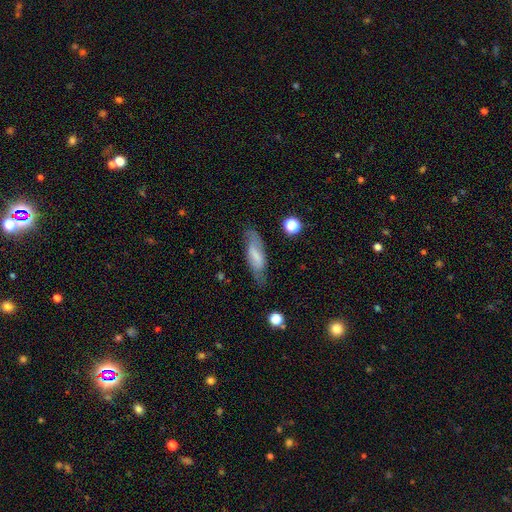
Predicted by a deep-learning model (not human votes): Overall: smooth (50%; featured or disk 42%). How rounded: in between (53%; cigar-shaped 45%). Merging: none (74%).